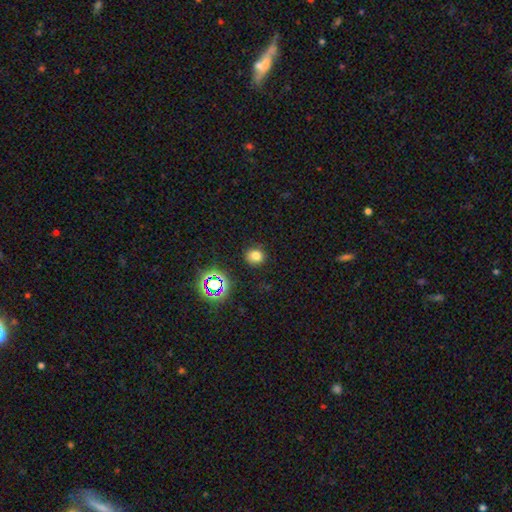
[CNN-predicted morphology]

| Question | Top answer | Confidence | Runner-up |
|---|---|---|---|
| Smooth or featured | smooth | 73% | star or artifact (20%) |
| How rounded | round | 82% | in between (17%) |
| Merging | none | 86% | minor disturbance (9%) |